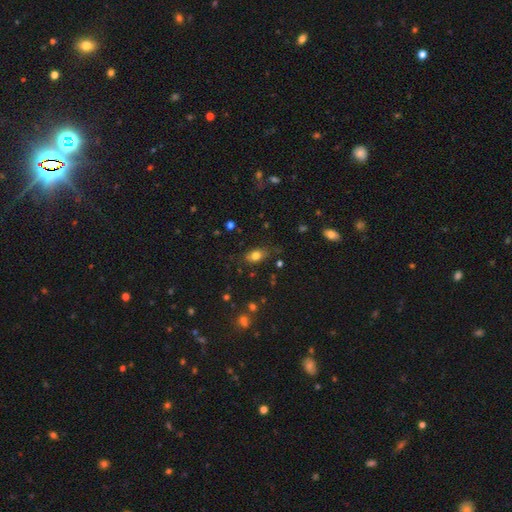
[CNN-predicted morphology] Q: Smooth or featured?
A: smooth (77%); runner-up: star or artifact (12%)
Q: How rounded?
A: in between (73%); runner-up: round (23%)
Q: Merging?
A: none (71%); runner-up: minor disturbance (20%)